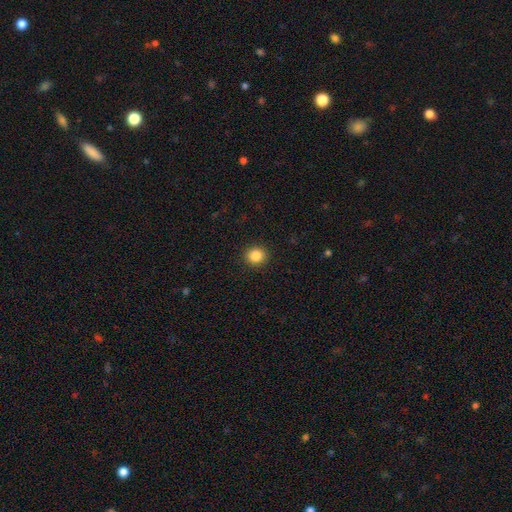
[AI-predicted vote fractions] Q: Smooth or featured?
A: smooth (85%); runner-up: star or artifact (10%)
Q: How rounded?
A: round (83%); runner-up: in between (16%)
Q: Merging?
A: none (92%); runner-up: minor disturbance (6%)